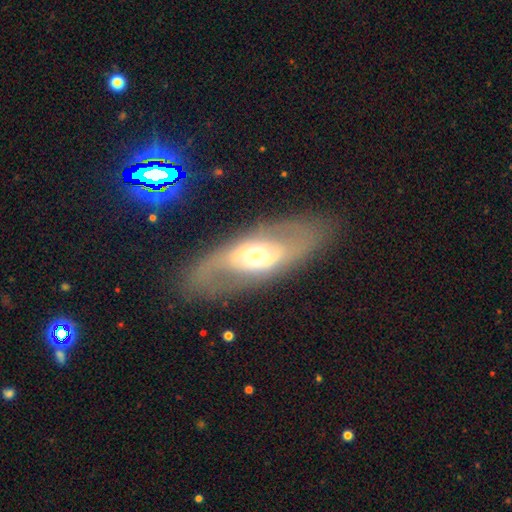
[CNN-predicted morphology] This appears to be a featured or disk galaxy (73%) with no bar (51%), spiral arms (62%) and a moderate central bulge (64%). Merging: none (80%).